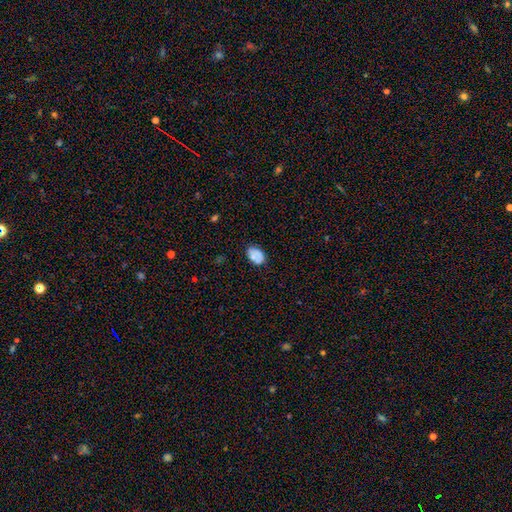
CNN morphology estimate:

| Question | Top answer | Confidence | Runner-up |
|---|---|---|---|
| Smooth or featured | smooth | 70% | featured or disk (20%) |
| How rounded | in between | 83% | round (16%) |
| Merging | none | 66% | minor disturbance (22%) |